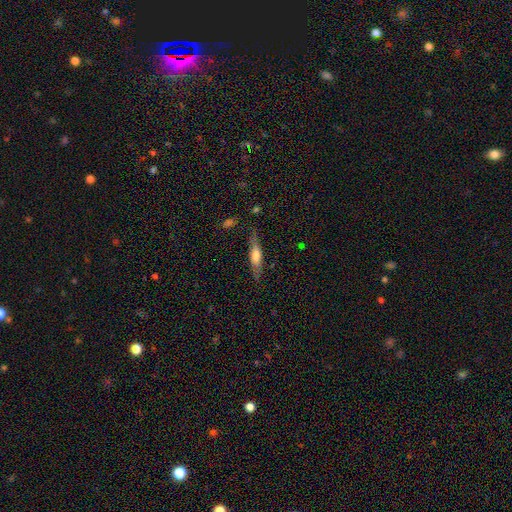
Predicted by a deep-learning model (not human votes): smooth-or-featured: smooth: 49% | featured or disk: 44% | star or artifact: 7%
  merging: none: 78% | minor disturbance: 16% | major disturbance: 4% | merger: 2%